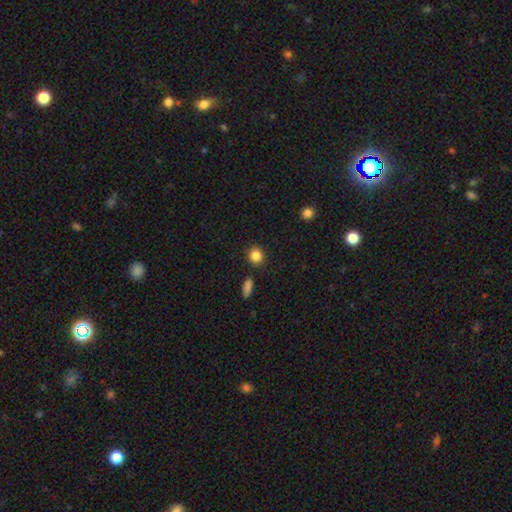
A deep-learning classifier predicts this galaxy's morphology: smooth-or-featured: smooth: 86% | star or artifact: 9% | featured or disk: 4%
  how-rounded: round: 82% | in between: 17% | cigar-shaped: 1%
  merging: none: 87% | minor disturbance: 7% | merger: 4% | major disturbance: 2%